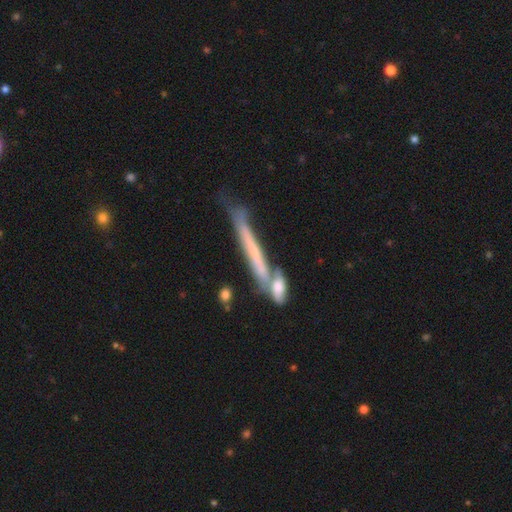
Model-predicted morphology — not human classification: This is possibly a featured or disk galaxy (55%). It is clearly viewed edge-on (87%). Merging: possibly none (49%).